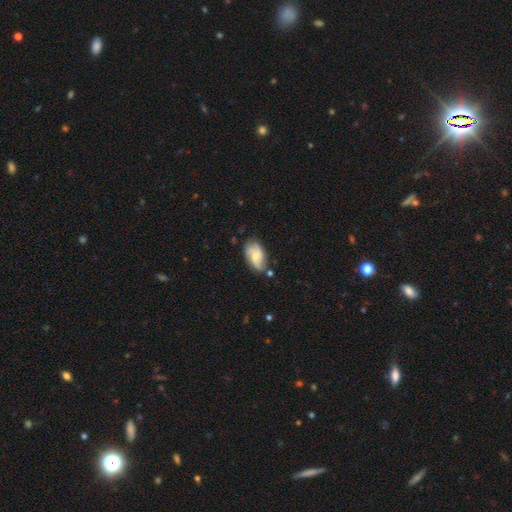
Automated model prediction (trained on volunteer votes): This is possibly a featured or disk galaxy (58%). It is clearly not viewed edge-on (96%). Bar: possibly no (54%). Spiral arm pattern: clearly yes (90%). Central bulge: possibly small (47%). Merging: likely none (62%).